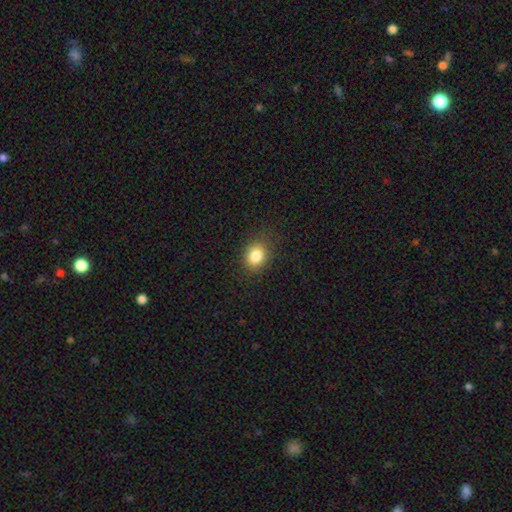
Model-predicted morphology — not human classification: Q: Smooth or featured?
A: smooth (84%); runner-up: star or artifact (11%)
Q: How rounded?
A: round (56%); runner-up: in between (43%)
Q: Merging?
A: none (86%); runner-up: minor disturbance (10%)